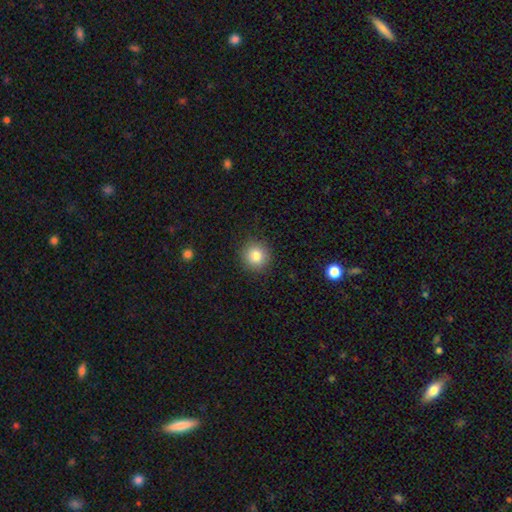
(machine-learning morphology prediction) Smooth or featured? smooth (83%)
How rounded? round (92%)
Merging? none (90%)